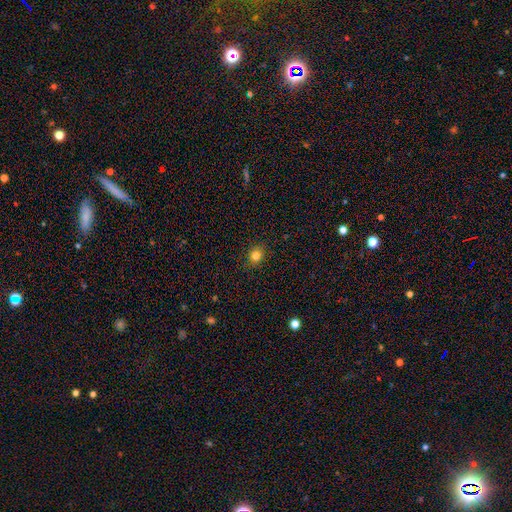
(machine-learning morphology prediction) Smooth or featured? Predicted: smooth (p=0.81). How rounded? Predicted: round (p=0.70). Merging? Predicted: none (p=0.90).